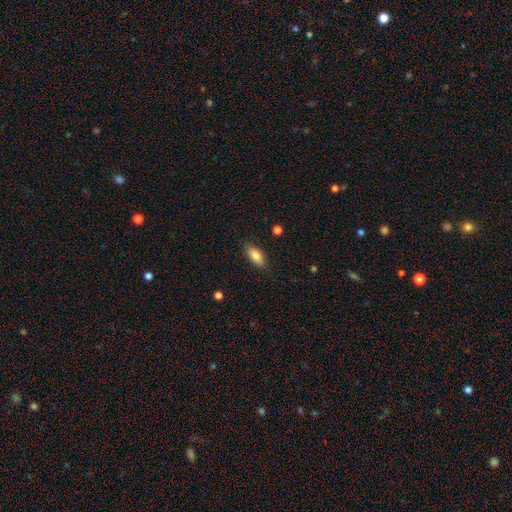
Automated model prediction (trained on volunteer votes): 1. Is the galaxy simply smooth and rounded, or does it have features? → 82% smooth, 11% featured or disk, 7% star or artifact.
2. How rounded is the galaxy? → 79% in between, 18% cigar-shaped, 3% round.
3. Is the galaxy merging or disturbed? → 86% none, 11% minor disturbance, 2% major disturbance, 1% merger.